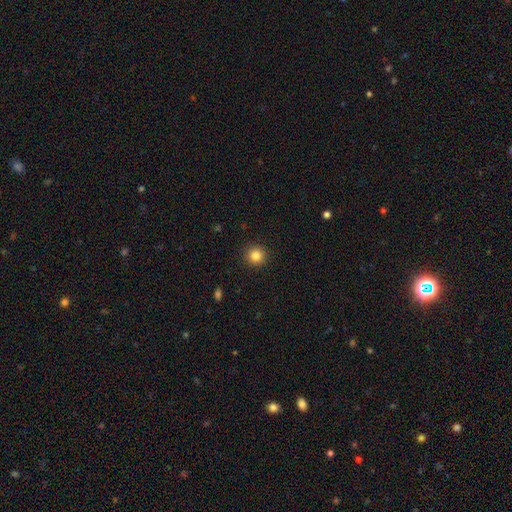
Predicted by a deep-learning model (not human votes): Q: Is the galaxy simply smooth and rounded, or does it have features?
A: smooth — 85%.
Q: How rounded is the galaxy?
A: round — 93%.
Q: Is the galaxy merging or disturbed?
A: none — 91%.